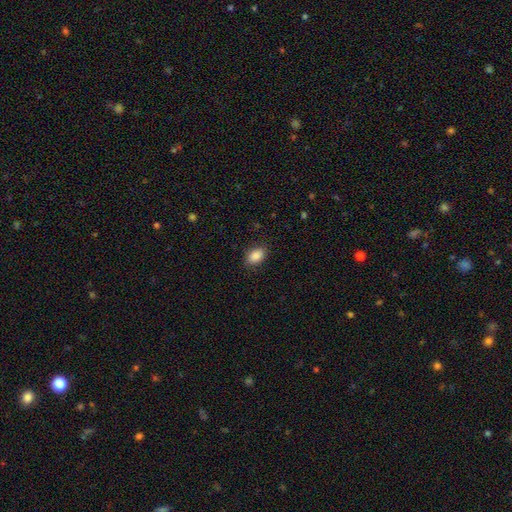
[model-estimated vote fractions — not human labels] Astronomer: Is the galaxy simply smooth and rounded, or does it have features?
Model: smooth — 88%.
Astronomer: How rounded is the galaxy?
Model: in between — 87%.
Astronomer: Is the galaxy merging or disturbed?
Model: none — 86%.